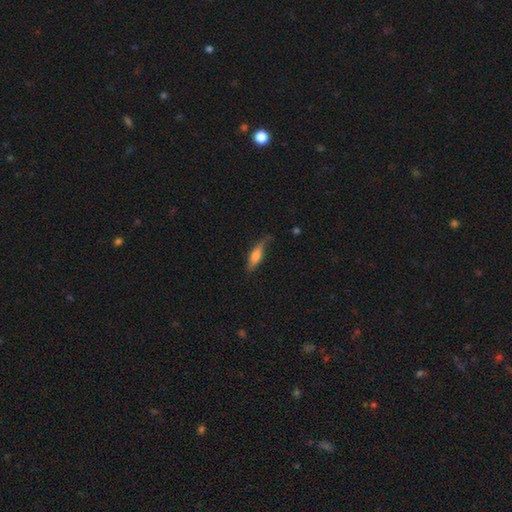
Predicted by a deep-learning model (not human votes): This is likely a smooth galaxy (61%). How rounded: possibly cigar-shaped (59%). Merging: possibly none (58%).